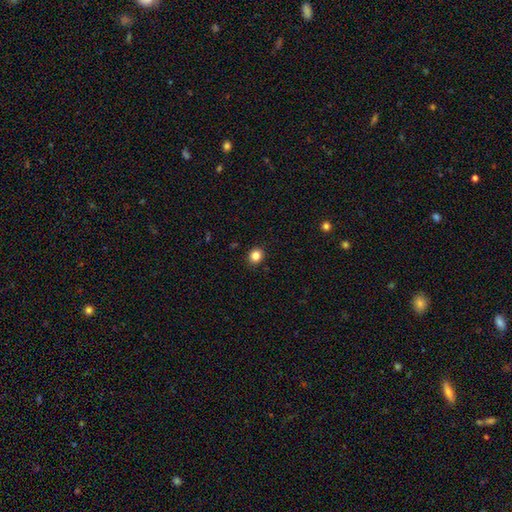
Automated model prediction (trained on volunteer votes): A smooth galaxy with no disk features (84%) that is round (77%).

Vote fractions:
- Smooth or featured? smooth: 84% / star or artifact: 12% / featured or disk: 4%
- How rounded? round: 77% / in between: 22% / cigar-shaped: 1%
- Merging? none: 92% / minor disturbance: 6% / major disturbance: 2% / merger: 1%